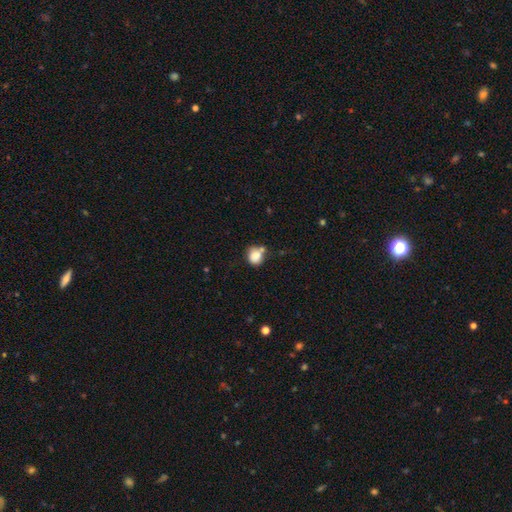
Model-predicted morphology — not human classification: This appears to be a smooth galaxy with no disk features (83%) that is round (72%). Merging: none (52%).